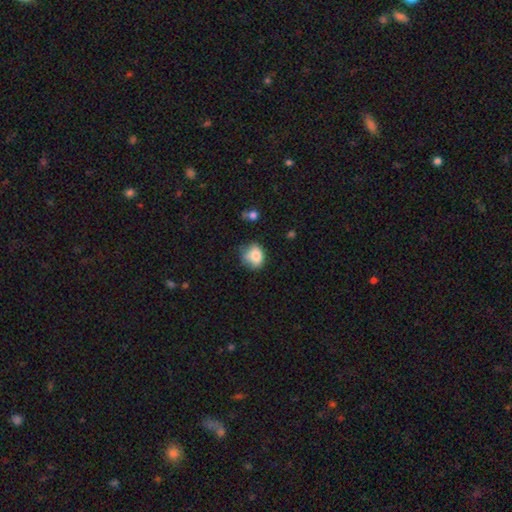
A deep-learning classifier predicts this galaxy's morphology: Smooth or featured? Predicted: smooth (p=0.78). How rounded? Predicted: round (p=0.63). Merging? Predicted: none (p=0.54).